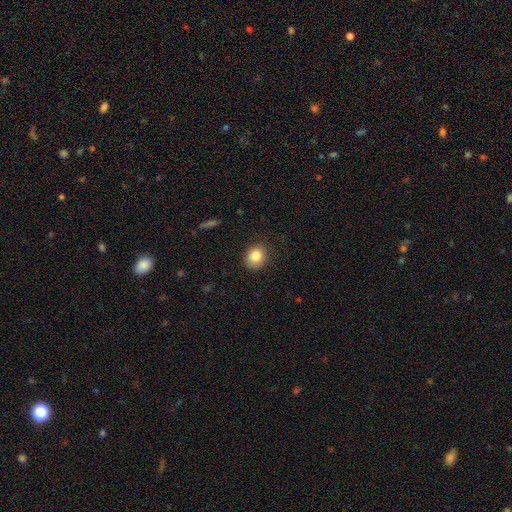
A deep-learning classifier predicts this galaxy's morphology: Smooth or featured? Predicted: smooth (p=0.84). How rounded? Predicted: round (p=0.59). Merging? Predicted: none (p=0.84).